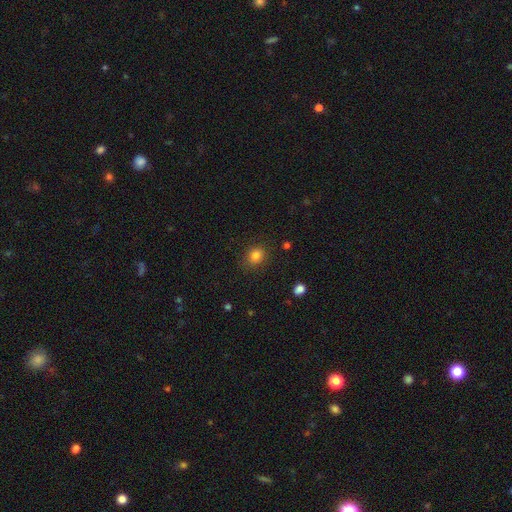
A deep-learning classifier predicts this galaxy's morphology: This is clearly a smooth galaxy (83%). How rounded: likely round (63%). Merging: clearly none (84%).